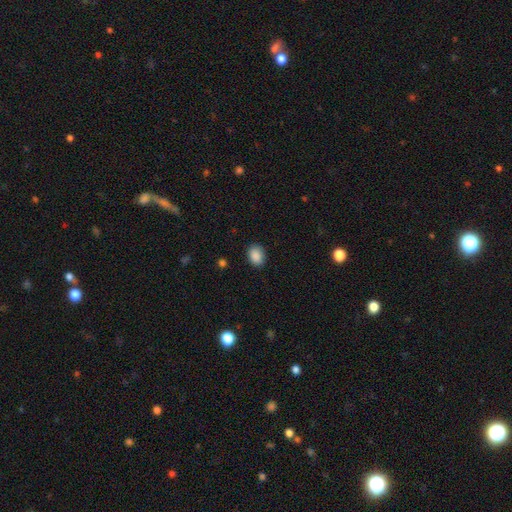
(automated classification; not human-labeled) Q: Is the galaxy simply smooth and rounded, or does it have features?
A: smooth — 89%.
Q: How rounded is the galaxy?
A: in between — 72%.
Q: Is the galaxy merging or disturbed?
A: none — 86%.